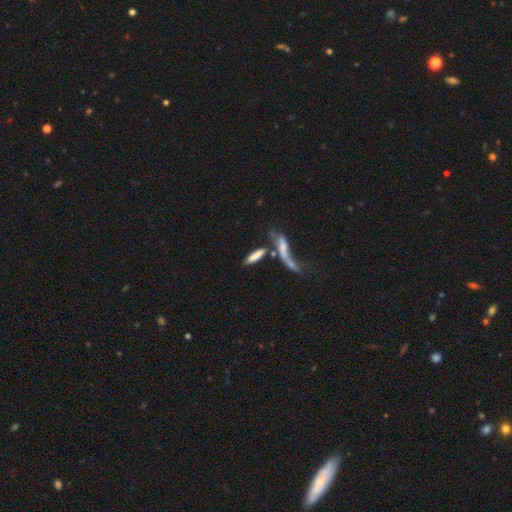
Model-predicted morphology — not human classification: Overall: smooth (67%). How rounded: cigar-shaped (64%; in between 33%). Merging: merger (47%; none 31%).